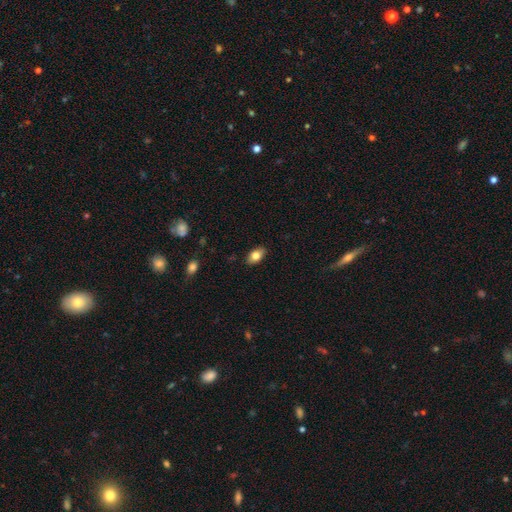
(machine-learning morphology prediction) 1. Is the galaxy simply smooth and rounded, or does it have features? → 80% smooth, 13% featured or disk, 8% star or artifact.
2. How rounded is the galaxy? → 89% in between, 9% round, 3% cigar-shaped.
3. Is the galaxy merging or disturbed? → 87% none, 10% minor disturbance, 2% major disturbance, 1% merger.